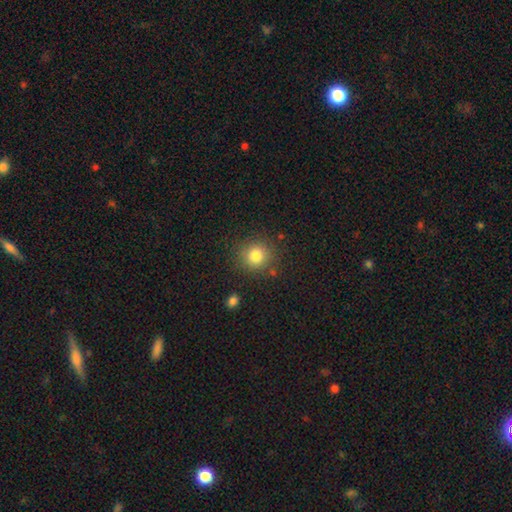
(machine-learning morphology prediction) Smooth or featured?
  - smooth: 81% *
  - star or artifact: 12%
  - featured or disk: 7%
How rounded?
  - round: 89% *
  - in between: 10%
  - cigar-shaped: 1%
Merging?
  - none: 85% *
  - minor disturbance: 9%
  - major disturbance: 3%
  - merger: 3%